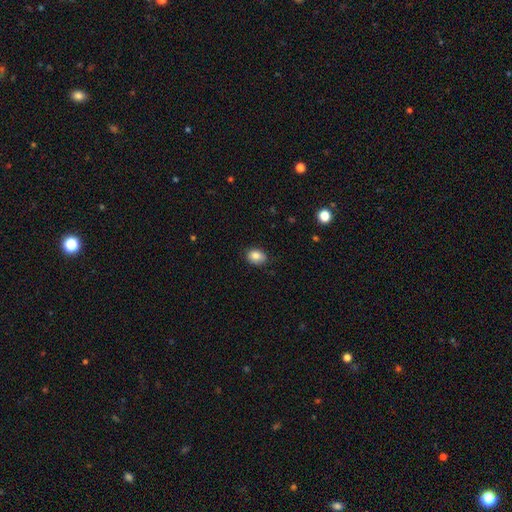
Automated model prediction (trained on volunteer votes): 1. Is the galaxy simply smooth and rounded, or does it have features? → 85% smooth, 9% star or artifact, 7% featured or disk.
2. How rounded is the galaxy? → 62% in between, 37% round, 1% cigar-shaped.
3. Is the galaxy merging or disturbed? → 83% none, 13% minor disturbance, 2% major disturbance, 1% merger.